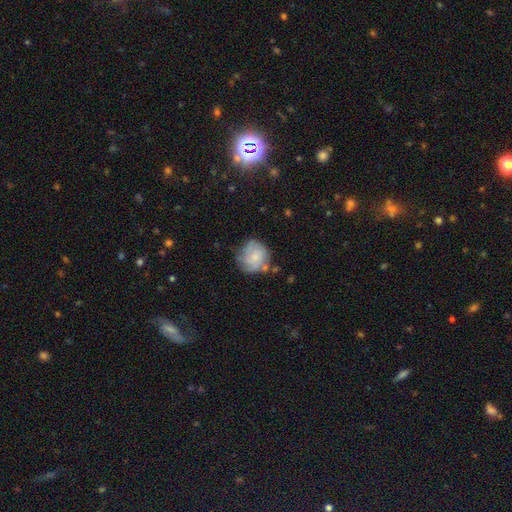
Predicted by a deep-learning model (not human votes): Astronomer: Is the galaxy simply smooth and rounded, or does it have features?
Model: smooth — 51% (runner-up: featured or disk, 41%).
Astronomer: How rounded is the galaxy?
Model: round — 81%.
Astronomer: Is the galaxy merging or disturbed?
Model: none — 58%.